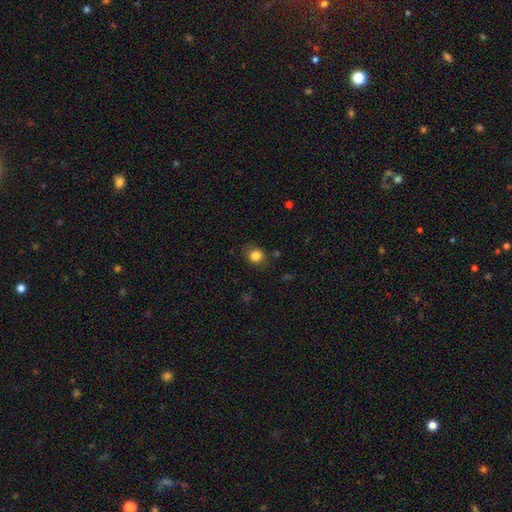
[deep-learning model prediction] Smooth or featured? Predicted: smooth (p=0.83). How rounded? Predicted: round (p=0.75). Merging? Predicted: none (p=0.79).